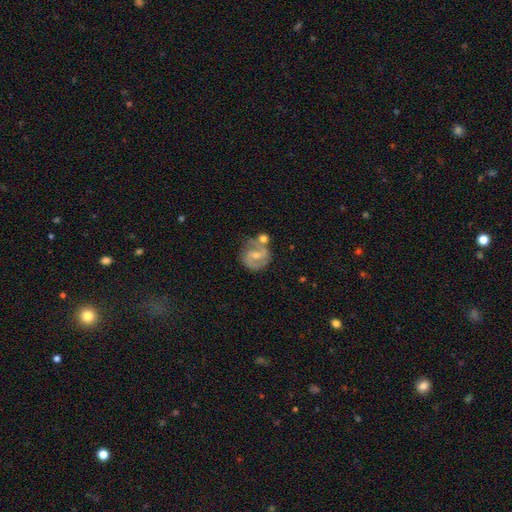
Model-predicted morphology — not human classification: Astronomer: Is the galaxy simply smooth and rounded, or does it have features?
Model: featured or disk — 74%.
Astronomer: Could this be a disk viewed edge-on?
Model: no — 98%.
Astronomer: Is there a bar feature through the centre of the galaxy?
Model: weak — 52% (runner-up: no, 30%).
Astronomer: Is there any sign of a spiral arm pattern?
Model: yes — 91%.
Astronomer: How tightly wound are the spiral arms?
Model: medium — 53%.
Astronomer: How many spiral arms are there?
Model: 2 — 85%.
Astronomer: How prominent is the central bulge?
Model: small — 52% (runner-up: moderate, 40%).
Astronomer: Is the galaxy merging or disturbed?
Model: none — 53%.